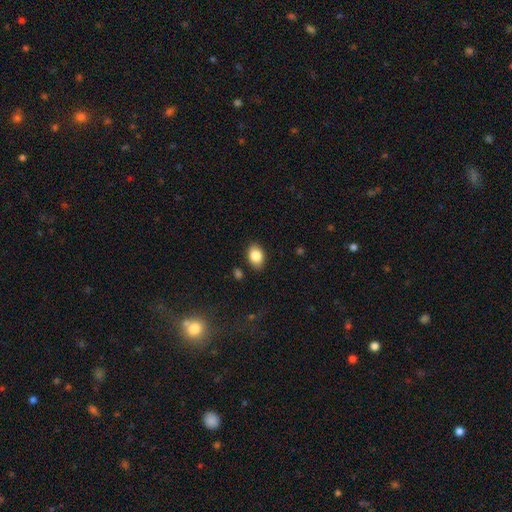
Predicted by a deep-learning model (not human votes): Q: Smooth or featured?
A: smooth (84%); runner-up: star or artifact (8%)
Q: How rounded?
A: in between (82%); runner-up: round (17%)
Q: Merging?
A: none (85%); runner-up: minor disturbance (10%)